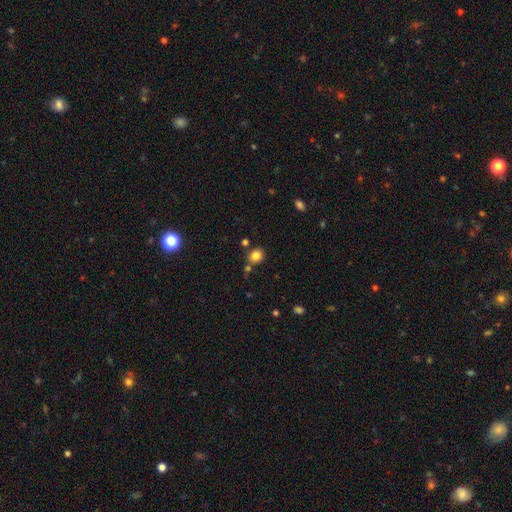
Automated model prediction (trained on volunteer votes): smooth 82%, star or artifact 12%, featured or disk 6%. Down the decision tree: how rounded — round (76%); merging — none (76%).